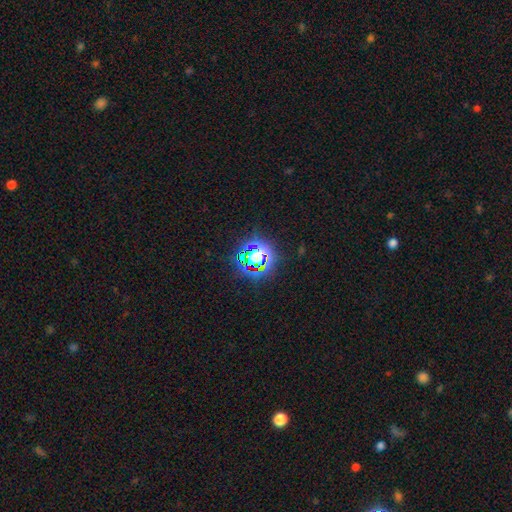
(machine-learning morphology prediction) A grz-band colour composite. It shows a star or artifact, not a galaxy (71%).